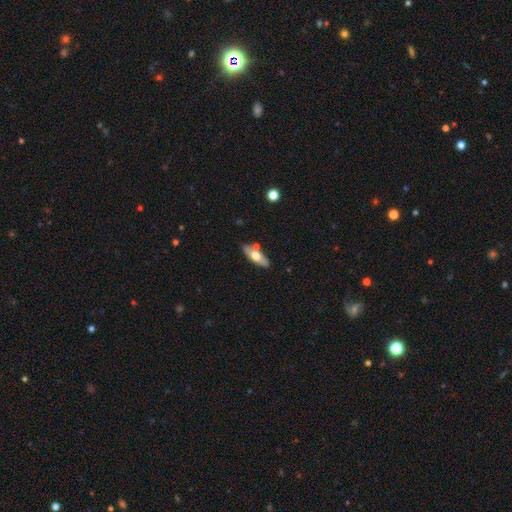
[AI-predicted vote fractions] smooth 54%, featured or disk 40%, star or artifact 6%. Down the decision tree: how rounded — in between (65%); merging — none (75%).